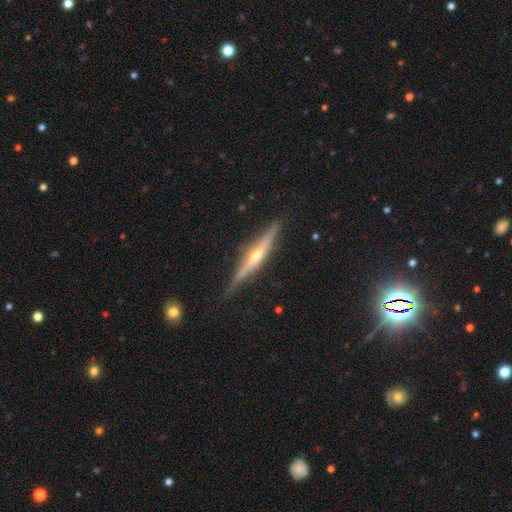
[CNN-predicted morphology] smooth-or-featured: featured or disk: 80% | smooth: 13% | star or artifact: 8%
  disk-edge-on: yes: 97% | no: 3%
    edge-on-bulge: rounded: 86% | none: 9% | boxy: 5%
  merging: none: 86% | minor disturbance: 10% | major disturbance: 2% | merger: 1%